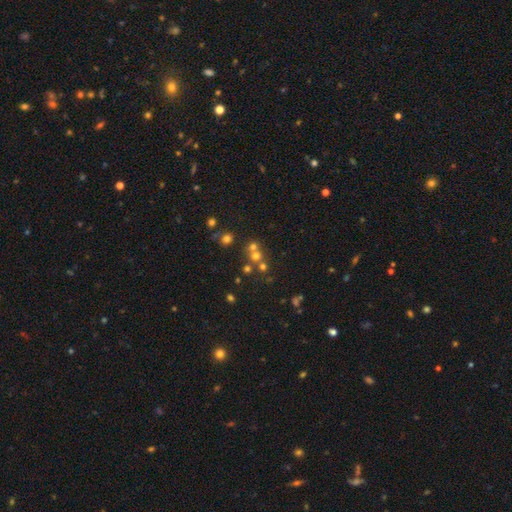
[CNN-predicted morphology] A smooth galaxy with no disk features (57%) that is round (86%).

Vote fractions:
- Smooth or featured? smooth: 57% / star or artifact: 27% / featured or disk: 16%
- How rounded? round: 86% / in between: 13% / cigar-shaped: 1%
- Merging? none: 50% / merger: 39% / minor disturbance: 7% / major disturbance: 4%